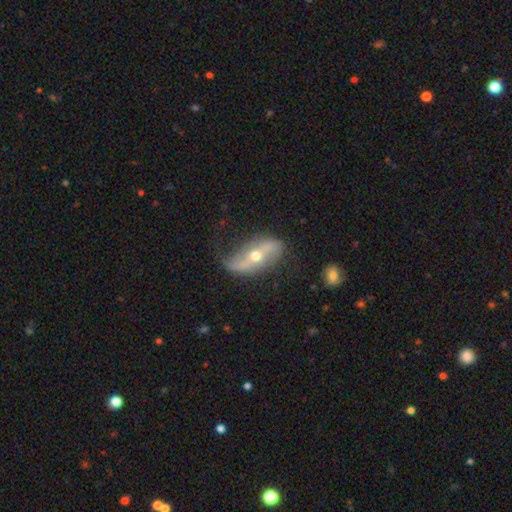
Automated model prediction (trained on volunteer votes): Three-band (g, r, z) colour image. It shows a featured or disk galaxy (80%) with a strong bar (47%), 2 (89%) loose (82%) spiral arms (84%) and a moderate central bulge (59%). Merging: none (65%).